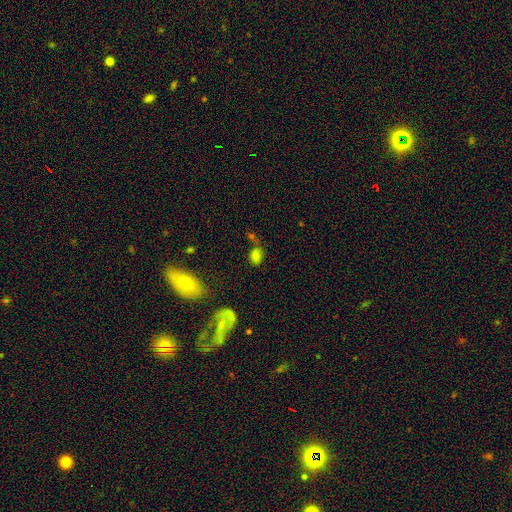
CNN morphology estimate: Overall: smooth (73%). How rounded: in between (83%). Merging: none (47%; merger 24%).